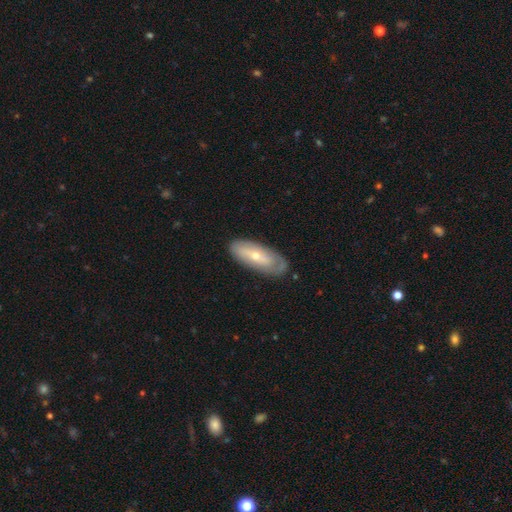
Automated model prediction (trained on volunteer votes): featured or disk 49%, smooth 45%, star or artifact 6%. Down the decision tree: merging — none (75%).